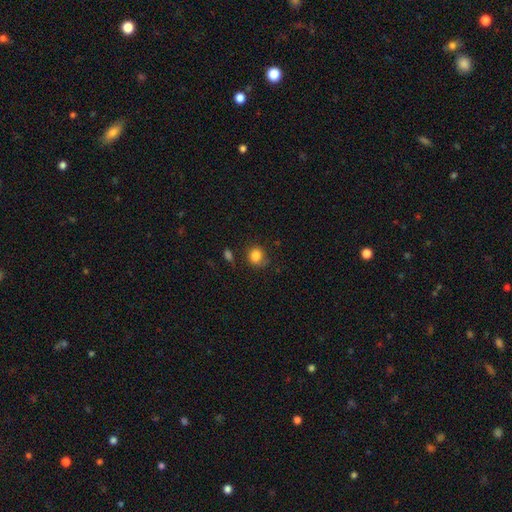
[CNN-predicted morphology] Smooth or featured? Predicted: smooth (p=0.84). How rounded? Predicted: round (p=0.75). Merging? Predicted: none (p=0.66).